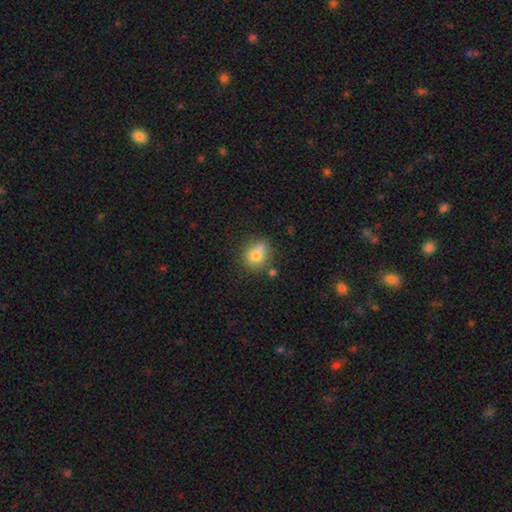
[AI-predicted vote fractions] Smooth or featured: smooth — 74% (featured or disk — 15%)
How rounded: round — 79% (in between — 20%)
Merging: none — 52% (merger — 32%)